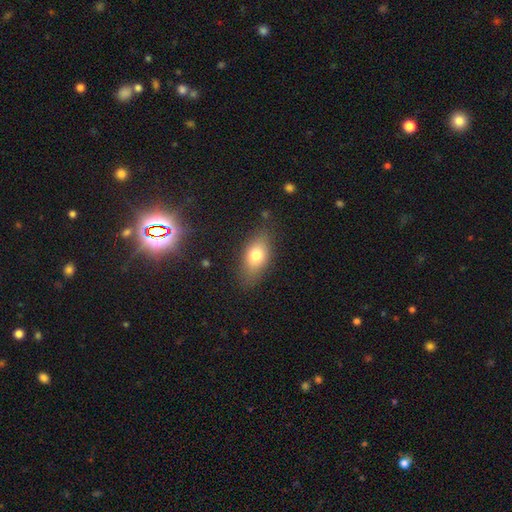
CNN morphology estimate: Smooth or featured?
  - smooth: 75% *
  - featured or disk: 16%
  - star or artifact: 9%
How rounded?
  - in between: 84% *
  - round: 9%
  - cigar-shaped: 7%
Merging?
  - none: 79% *
  - minor disturbance: 15%
  - major disturbance: 4%
  - merger: 2%